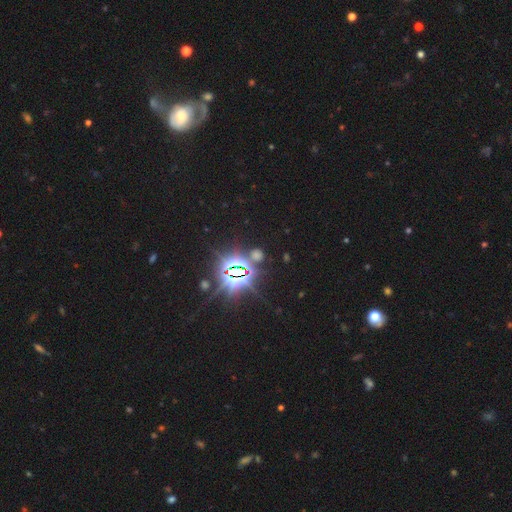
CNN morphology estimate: Smooth or featured: star or artifact — 81% (smooth — 12%)